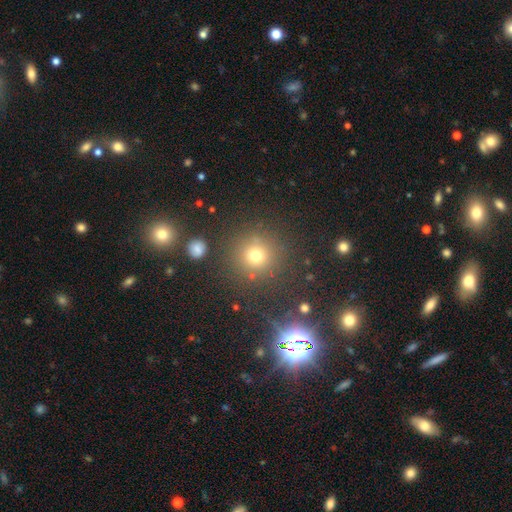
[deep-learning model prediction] A smooth galaxy with no disk features (73%) that is round (93%). Merging: none (84%).